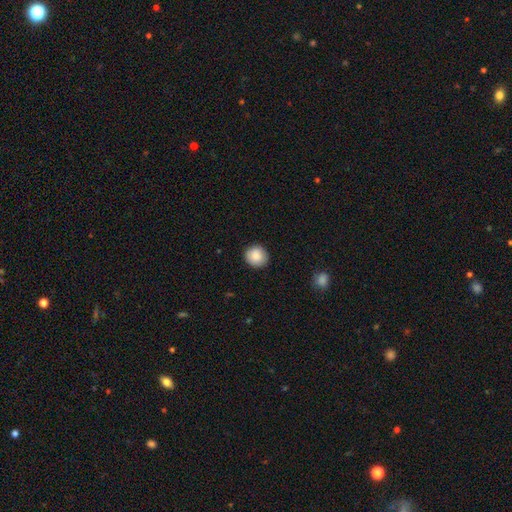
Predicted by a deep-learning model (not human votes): The model was most divided on "smooth or featured": smooth: 88%, star or artifact: 8%, featured or disk: 5%. More confident: how rounded — round (90%); merging — none (89%).